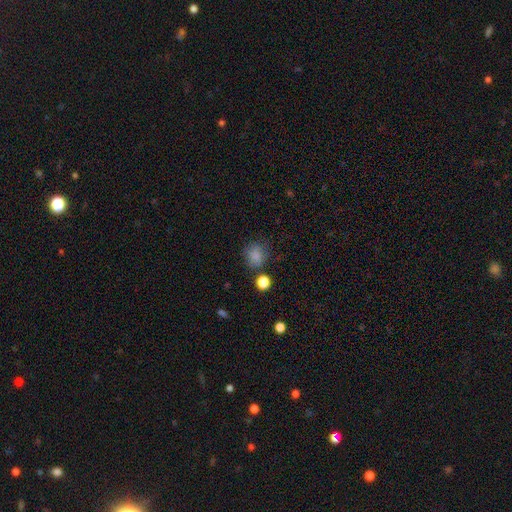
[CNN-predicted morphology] smooth_or_featured: smooth (p=0.83) [alt: star or artifact p=0.12]
how_rounded: round (p=0.75) [alt: in between p=0.24]
merging: none (p=0.72) [alt: minor disturbance p=0.17]